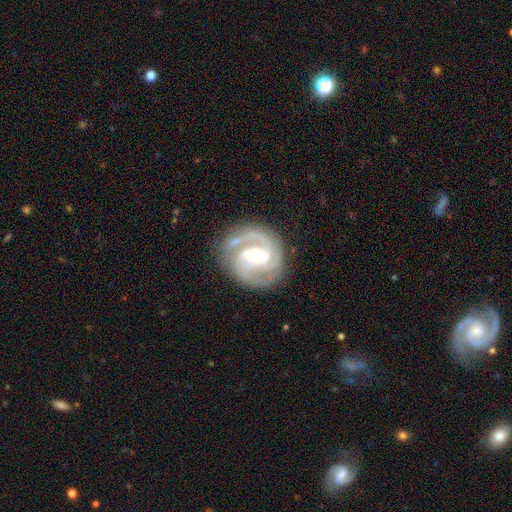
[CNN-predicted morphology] Q: Smooth or featured?
A: featured or disk (90%); runner-up: smooth (5%)
Q: Edge-on disk?
A: no (98%); runner-up: yes (2%)
Q: Bar?
A: weak (46%); runner-up: strong (31%)
Q: Spiral arms?
A: yes (98%); runner-up: no (2%)
Q: Spiral winding?
A: tight (52%); runner-up: medium (41%)
Q: Spiral arm count?
A: 2 (60%); runner-up: 3 (25%)
Q: Bulge size?
A: moderate (58%); runner-up: small (37%)
Q: Merging?
A: none (79%); runner-up: minor disturbance (13%)